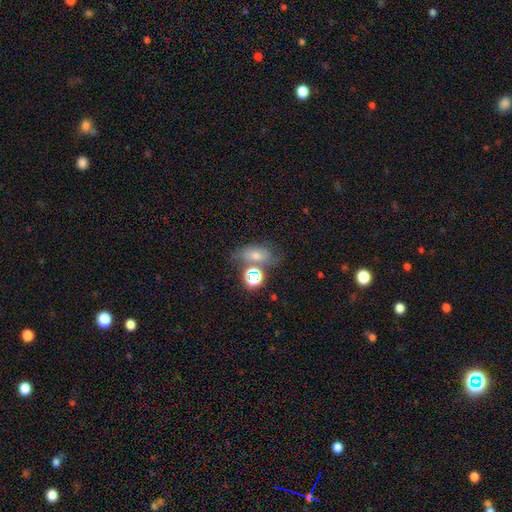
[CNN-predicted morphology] Smooth or featured? Predicted: smooth (p=0.48). Merging? Predicted: none (p=0.50).